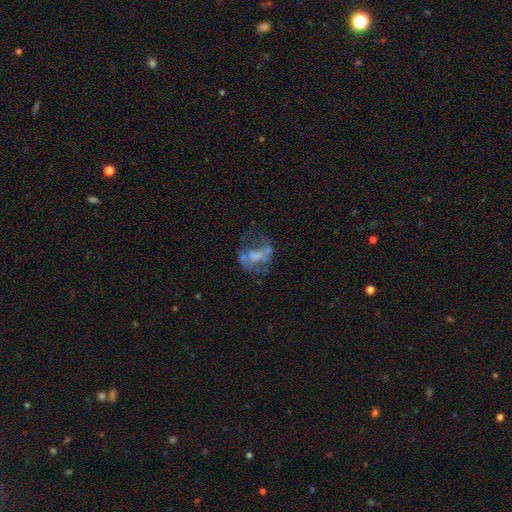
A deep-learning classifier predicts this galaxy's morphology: A featured or disk galaxy (58%) with no bar (70%), no spiral arms (77%) and no central bulge (52%).

Vote fractions:
- Smooth or featured? featured or disk: 58% / smooth: 27% / star or artifact: 14%
- Edge-on disk? no: 97% / yes: 3%
- Bar? no: 70% / weak: 22% / strong: 8%
- Spiral arms? no: 77% / yes: 23%
- Bulge size? none: 52% / moderate: 21% / small: 19% / large: 7% / dominant: 2%
- Merging? none: 35% / major disturbance: 34% / minor disturbance: 17% / merger: 14%